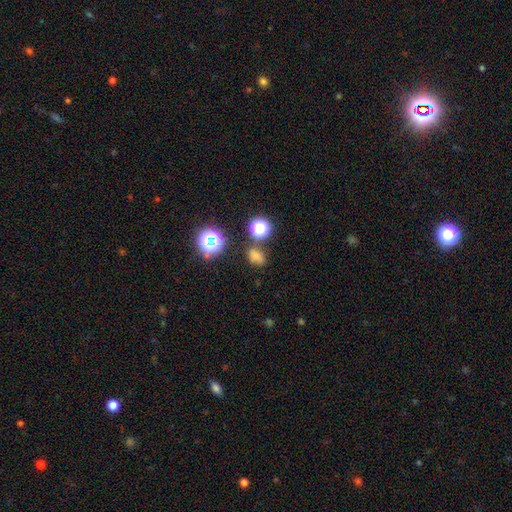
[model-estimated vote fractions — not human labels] smooth_or_featured: smooth (p=0.64) [alt: star or artifact p=0.27]
how_rounded: in between (p=0.64) [alt: round p=0.34]
merging: none (p=0.64) [alt: minor disturbance p=0.18]